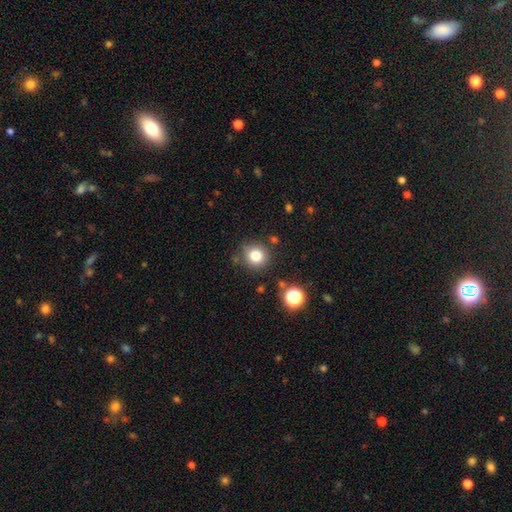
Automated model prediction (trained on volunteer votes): Smooth or featured? Predicted: smooth (p=0.80). How rounded? Predicted: round (p=0.89). Merging? Predicted: none (p=0.83).